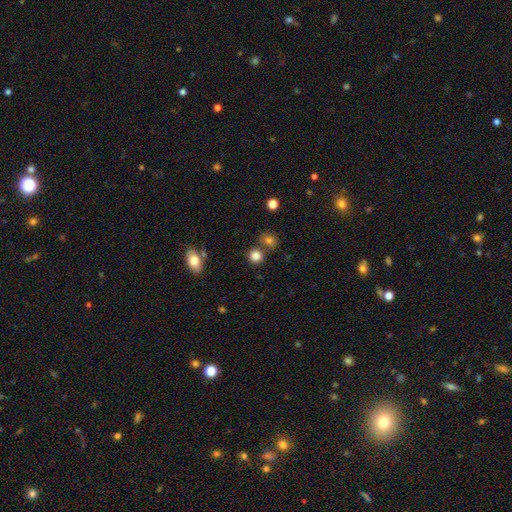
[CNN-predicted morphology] A smooth galaxy with no disk features (82%) that is round (88%).

Vote fractions:
- Smooth or featured? smooth: 82% / star or artifact: 12% / featured or disk: 6%
- How rounded? round: 88% / in between: 11% / cigar-shaped: 1%
- Merging? none: 72% / merger: 16% / minor disturbance: 9% / major disturbance: 3%